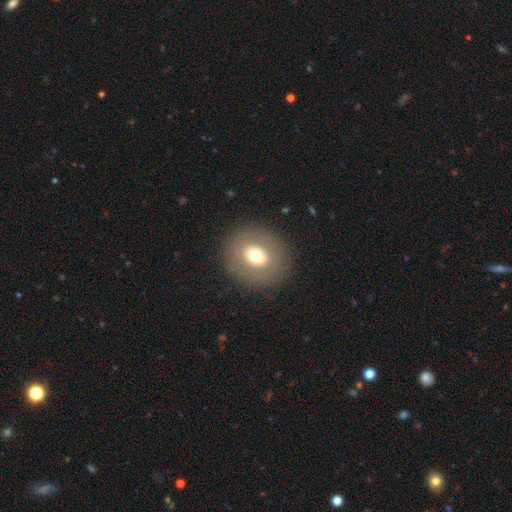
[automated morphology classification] Smooth or featured?
  - smooth: 62% *
  - featured or disk: 27%
  - star or artifact: 10%
How rounded?
  - round: 75% *
  - in between: 24%
  - cigar-shaped: 1%
Merging?
  - none: 86% *
  - minor disturbance: 8%
  - major disturbance: 5%
  - merger: 1%